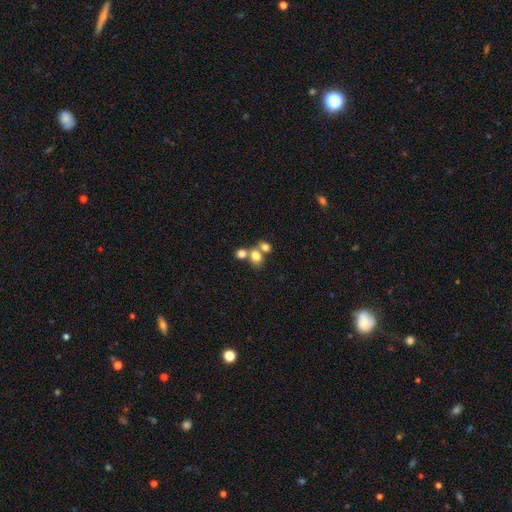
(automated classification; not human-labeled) smooth-or-featured: smooth: 76% | star or artifact: 12% | featured or disk: 12%
  how-rounded: round: 55% | in between: 44% | cigar-shaped: 1%
  merging: merger: 50% | none: 38% | minor disturbance: 8% | major disturbance: 4%